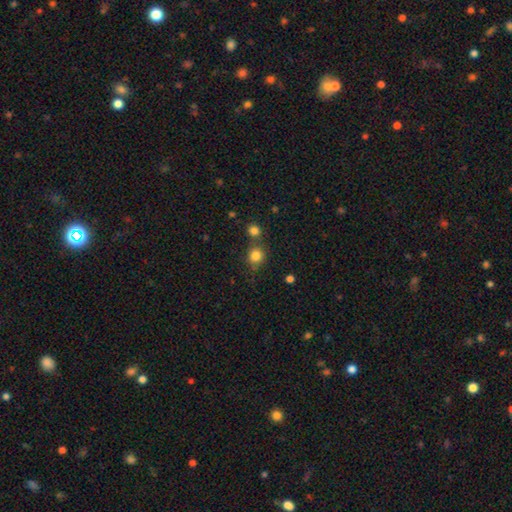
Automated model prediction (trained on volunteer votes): Smooth or featured: smooth — 82% (star or artifact — 12%)
How rounded: round — 85% (in between — 14%)
Merging: none — 67% (merger — 18%)